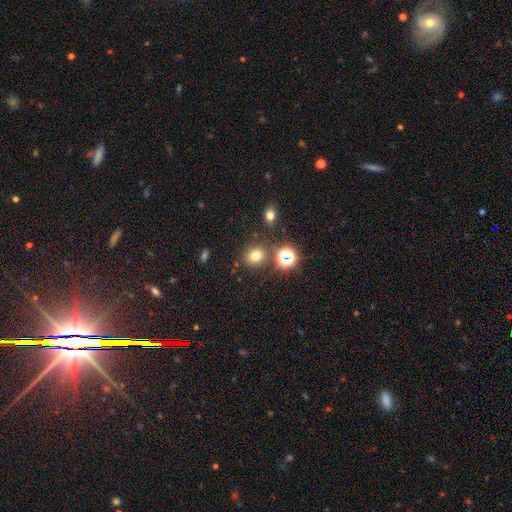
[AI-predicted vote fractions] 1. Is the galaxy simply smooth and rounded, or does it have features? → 71% smooth, 22% star or artifact, 8% featured or disk.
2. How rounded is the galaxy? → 71% round, 28% in between, 1% cigar-shaped.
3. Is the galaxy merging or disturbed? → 80% none, 9% minor disturbance, 8% merger, 4% major disturbance.